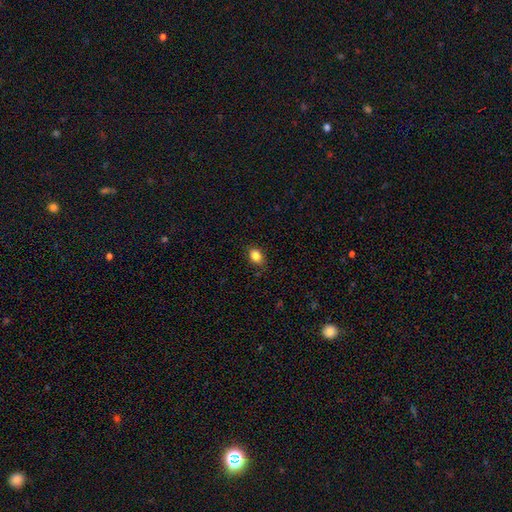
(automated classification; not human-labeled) A smooth galaxy with no disk features (84%) that is in between round and cigar-shaped (70%).

Vote fractions:
- Smooth or featured? smooth: 84% / star or artifact: 10% / featured or disk: 6%
- How rounded? in between: 70% / round: 29% / cigar-shaped: 1%
- Merging? none: 83% / minor disturbance: 13% / major disturbance: 3% / merger: 1%